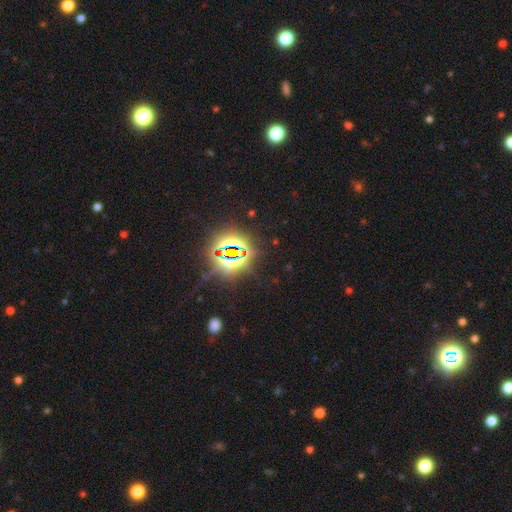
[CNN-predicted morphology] This is clearly a star or artifact rather than a galaxy (82%).